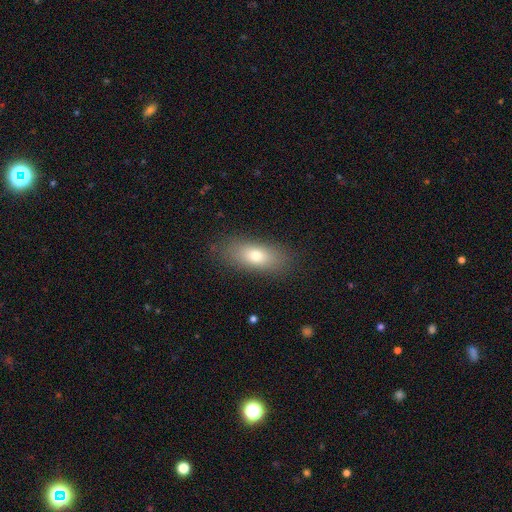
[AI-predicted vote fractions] Q: Smooth or featured?
A: smooth (72%); runner-up: featured or disk (19%)
Q: How rounded?
A: in between (75%); runner-up: cigar-shaped (20%)
Q: Merging?
A: none (85%); runner-up: minor disturbance (10%)